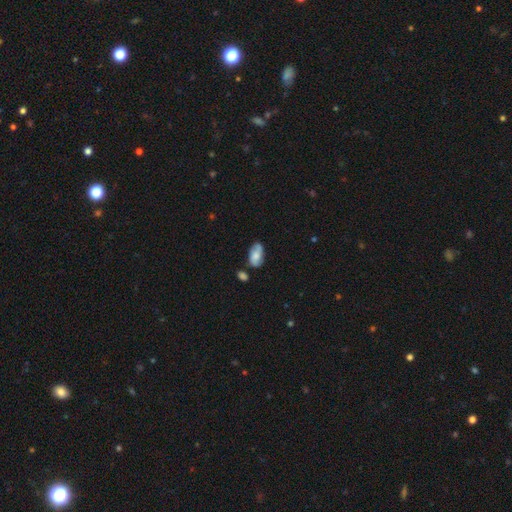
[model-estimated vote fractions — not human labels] Q: Smooth or featured?
A: smooth (60%); runner-up: featured or disk (32%)
Q: How rounded?
A: in between (92%); runner-up: round (5%)
Q: Merging?
A: none (60%); runner-up: minor disturbance (26%)